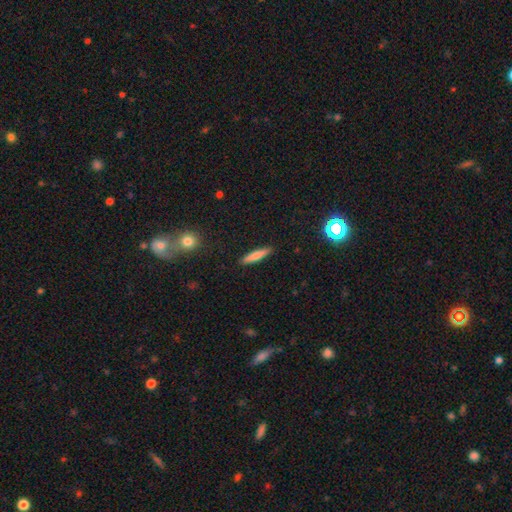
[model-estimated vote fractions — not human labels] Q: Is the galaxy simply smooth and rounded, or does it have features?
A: smooth — 75%.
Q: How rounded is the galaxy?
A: cigar-shaped — 87%.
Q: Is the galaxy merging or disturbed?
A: none — 90%.